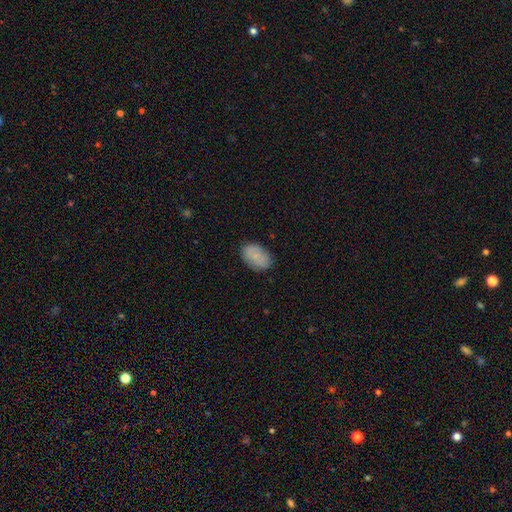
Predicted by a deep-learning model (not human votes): Overall: smooth (80%). How rounded: in between (88%). Merging: none (84%).